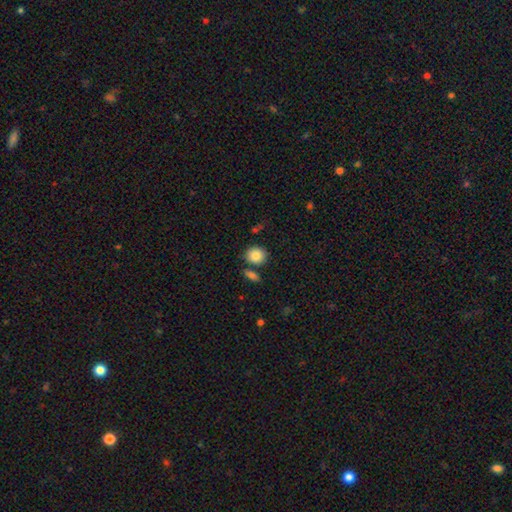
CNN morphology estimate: Smooth or featured?
  - smooth: 84% *
  - star or artifact: 8%
  - featured or disk: 8%
How rounded?
  - round: 76% *
  - in between: 23%
  - cigar-shaped: 1%
Merging?
  - none: 75% *
  - merger: 12%
  - minor disturbance: 10%
  - major disturbance: 3%